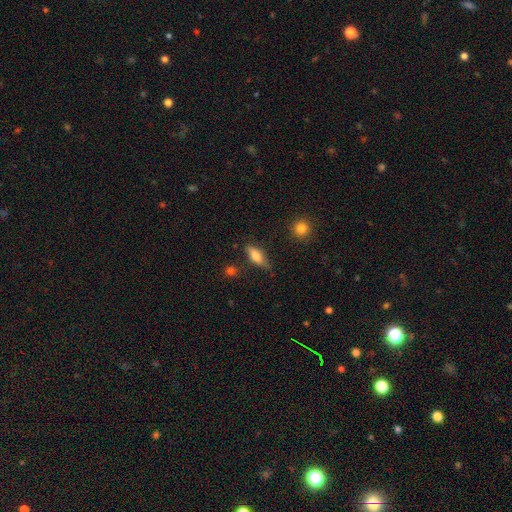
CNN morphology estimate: A smooth galaxy with no disk features (69%) that is in between round and cigar-shaped (64%).

Vote fractions:
- Smooth or featured? smooth: 69% / featured or disk: 23% / star or artifact: 8%
- How rounded? in between: 64% / cigar-shaped: 32% / round: 4%
- Merging? none: 68% / minor disturbance: 23% / major disturbance: 6% / merger: 3%